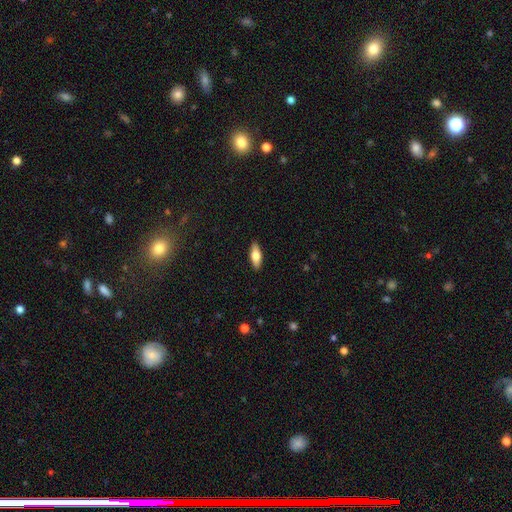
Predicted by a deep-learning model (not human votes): Morphology: type=smooth (64%); roundness=in between (67%); merging=none (89%).